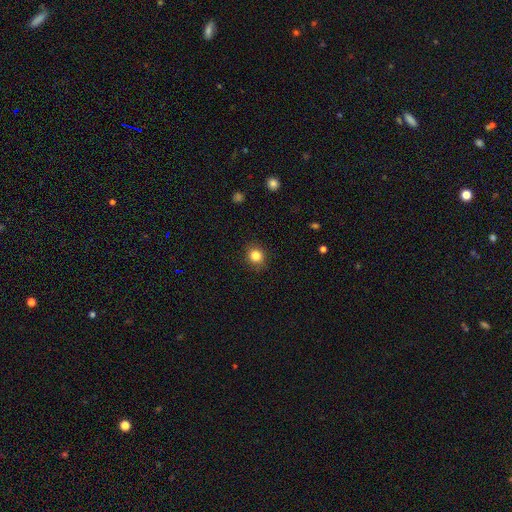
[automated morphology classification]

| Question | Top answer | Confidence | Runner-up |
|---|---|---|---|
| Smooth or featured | smooth | 83% | star or artifact (12%) |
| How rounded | round | 85% | in between (15%) |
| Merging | none | 88% | minor disturbance (9%) |